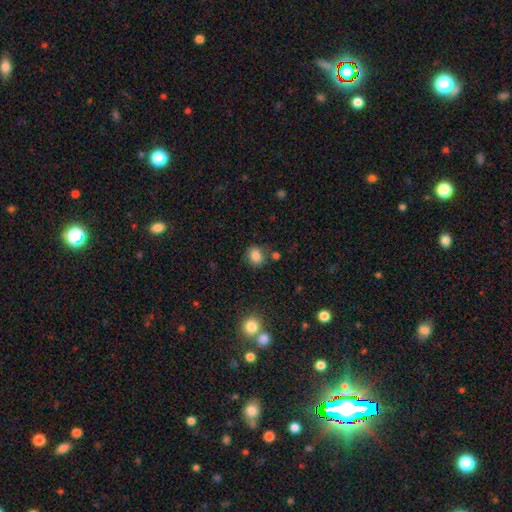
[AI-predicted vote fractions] Smooth or featured: smooth — 83% (star or artifact — 11%)
How rounded: round — 67% (in between — 32%)
Merging: none — 79% (minor disturbance — 12%)